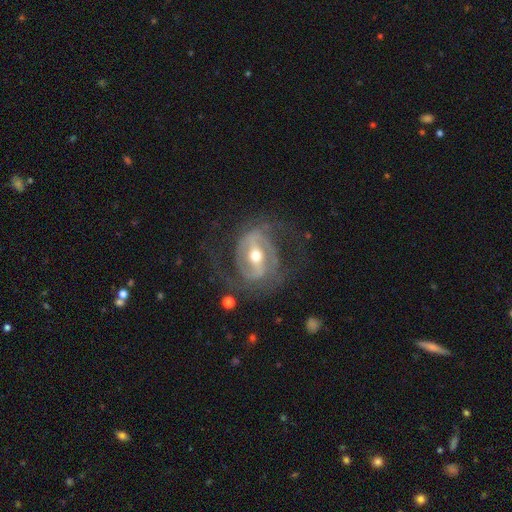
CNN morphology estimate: A featured or disk galaxy (88%) with a strong bar (59%), 2 (74%) medium (47%) spiral arms (88%) and a moderate central bulge (72%).

Vote fractions:
- Smooth or featured? featured or disk: 88% / smooth: 7% / star or artifact: 5%
- Edge-on disk? no: 96% / yes: 4%
- Bar? strong: 59% / weak: 31% / no: 10%
- Spiral arms? yes: 88% / no: 12%
- Spiral winding? medium: 47% / tight: 29% / loose: 25%
- Spiral arm count? 2: 74% / can't tell: 11% / 3: 7% / 1: 4% / 4: 2% / more than 4: 2%
- Bulge size? moderate: 72% / small: 20% / large: 6% / dominant: 1% / none: 1%
- Merging? none: 64% / major disturbance: 19% / minor disturbance: 16% / merger: 2%